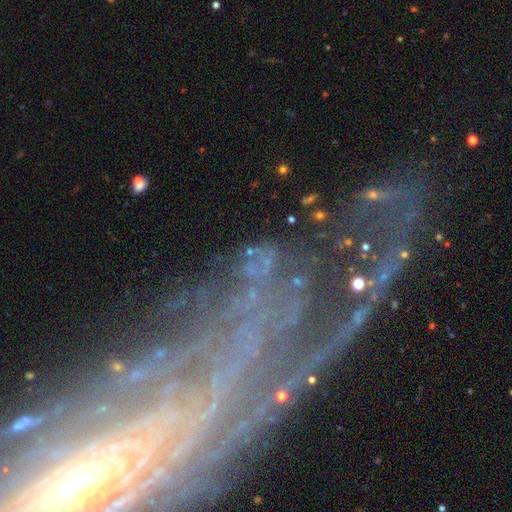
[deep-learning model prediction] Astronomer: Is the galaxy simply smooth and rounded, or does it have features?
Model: featured or disk — 53% (runner-up: star or artifact, 32%).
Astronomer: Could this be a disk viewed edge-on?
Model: no — 94%.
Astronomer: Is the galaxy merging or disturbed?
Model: none — 59%.